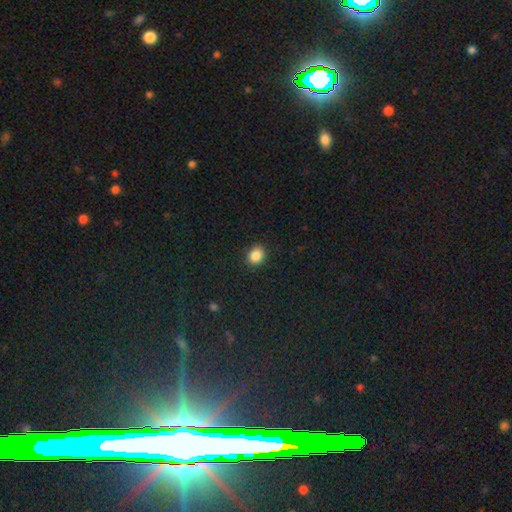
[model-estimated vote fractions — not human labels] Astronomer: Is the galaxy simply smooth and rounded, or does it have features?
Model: smooth — 87%.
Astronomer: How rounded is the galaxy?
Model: round — 56% (runner-up: in between, 43%).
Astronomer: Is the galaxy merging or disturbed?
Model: none — 89%.